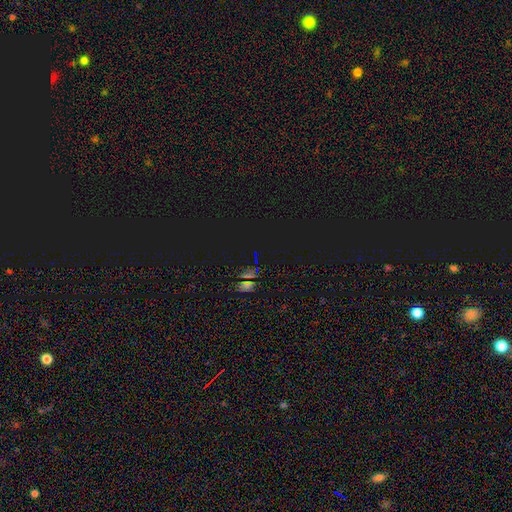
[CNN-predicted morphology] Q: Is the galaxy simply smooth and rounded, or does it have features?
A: star or artifact — 80%.